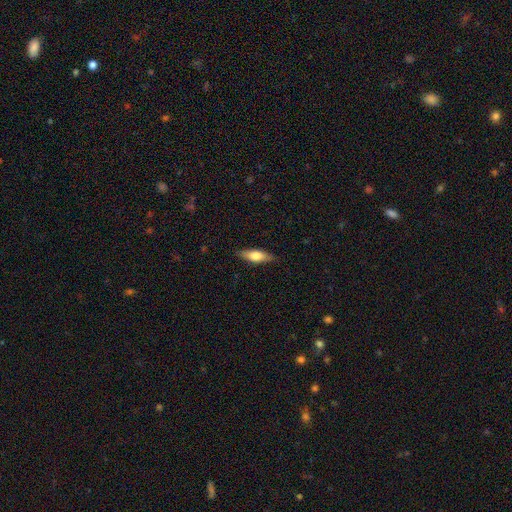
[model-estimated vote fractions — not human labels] The model was most divided on "how rounded": in between: 56%, cigar-shaped: 42%, round: 3%. More confident: merging — none (85%); smooth or featured — smooth (63%).